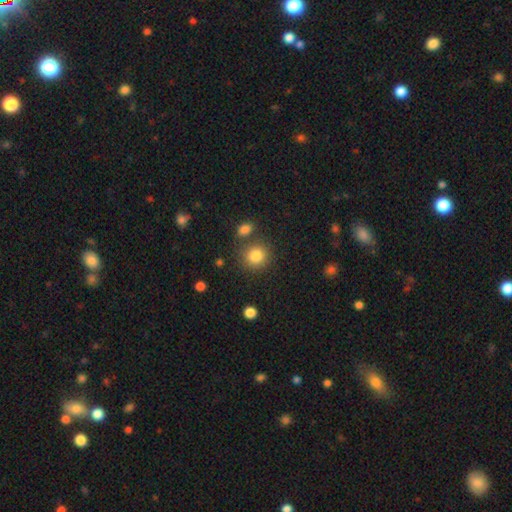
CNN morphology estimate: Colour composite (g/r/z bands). It shows a smooth galaxy with no disk features (84%) that is round (86%). Merging: none (76%).